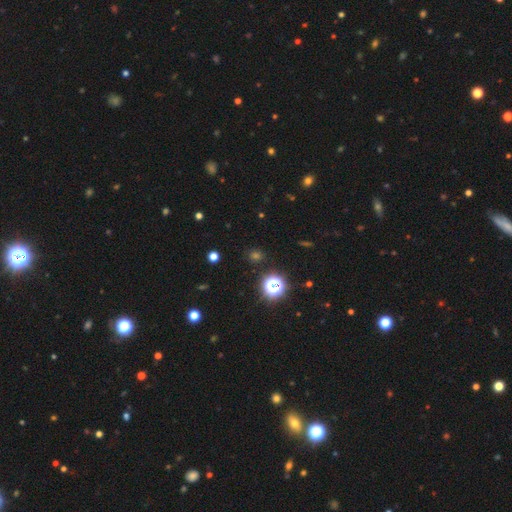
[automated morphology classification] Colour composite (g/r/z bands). It shows a star or artifact, not a galaxy (54%).